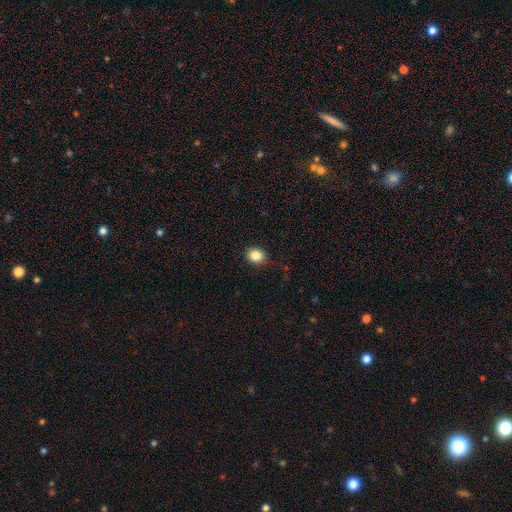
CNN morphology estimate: Smooth or featured: smooth — 85% (star or artifact — 10%)
How rounded: round — 60% (in between — 39%)
Merging: none — 87% (minor disturbance — 9%)